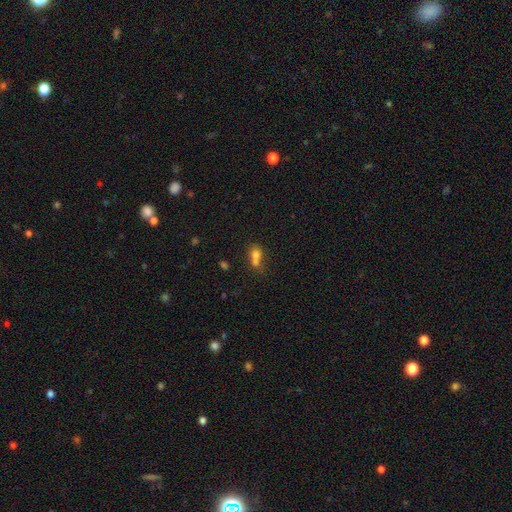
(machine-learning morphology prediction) This appears to be a smooth galaxy with no disk features (72%) that is round (55%). Merging: merger (63%).